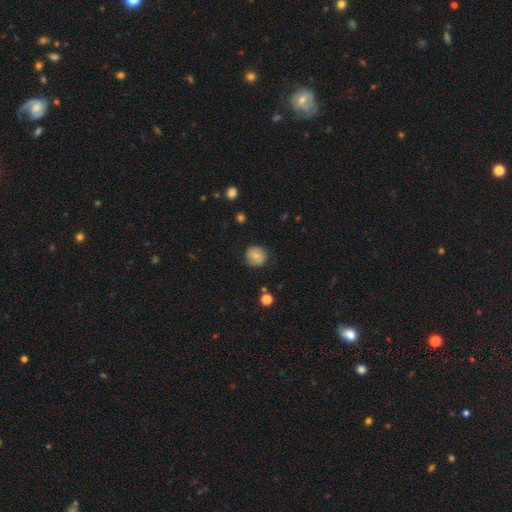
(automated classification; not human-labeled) Q: Smooth or featured?
A: smooth (71%); runner-up: featured or disk (20%)
Q: How rounded?
A: round (86%); runner-up: in between (13%)
Q: Merging?
A: none (80%); runner-up: minor disturbance (15%)